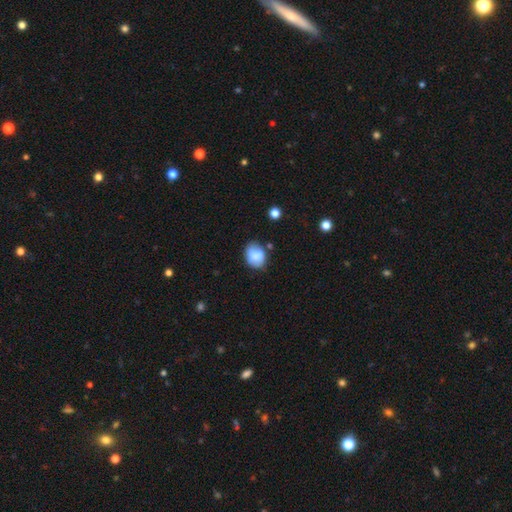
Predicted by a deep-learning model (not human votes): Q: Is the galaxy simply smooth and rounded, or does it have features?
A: smooth — 69%.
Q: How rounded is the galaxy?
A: in between — 60%.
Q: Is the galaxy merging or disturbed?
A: none — 60%.